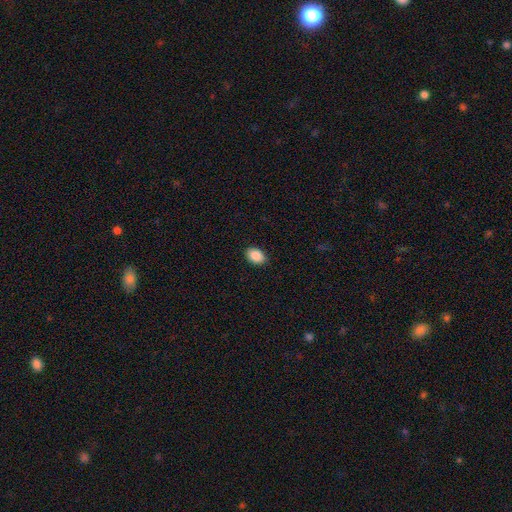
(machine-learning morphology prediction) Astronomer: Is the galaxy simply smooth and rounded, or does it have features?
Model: smooth — 89%.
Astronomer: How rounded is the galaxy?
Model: in between — 82%.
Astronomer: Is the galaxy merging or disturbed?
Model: none — 90%.